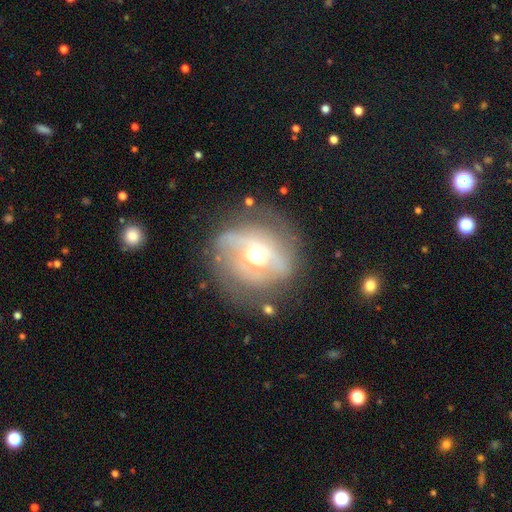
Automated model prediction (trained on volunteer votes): smooth_or_featured: featured or disk (p=0.69) [alt: smooth p=0.23]
disk_edge_on: no (p=0.94) [alt: yes p=0.06]
bar: no (p=0.46) [alt: weak p=0.33]
has_spiral_arms: yes (p=0.63) [alt: no p=0.37]
bulge_size: moderate (p=0.71) [alt: large p=0.16]
merging: none (p=0.66) [alt: minor disturbance p=0.19]